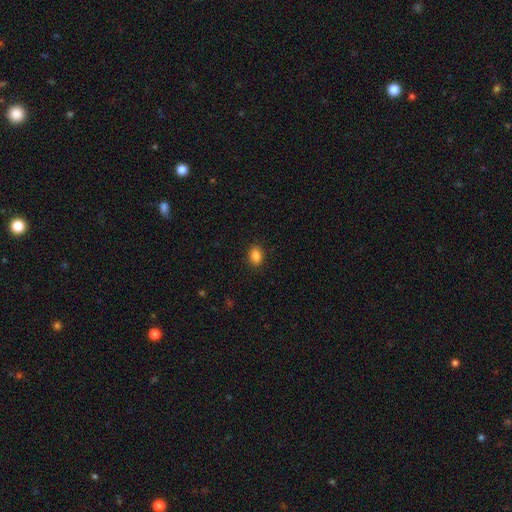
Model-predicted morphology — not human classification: A smooth galaxy with no disk features (87%) that is in between round and cigar-shaped (73%). Merging: none (89%).